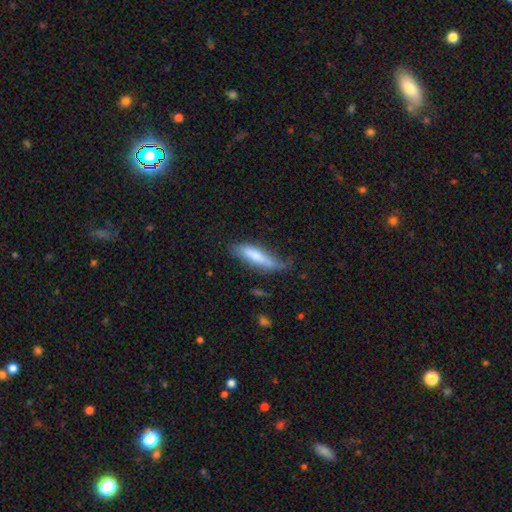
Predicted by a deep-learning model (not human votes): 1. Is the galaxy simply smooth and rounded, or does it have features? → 67% smooth, 27% featured or disk, 6% star or artifact.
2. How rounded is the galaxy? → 71% cigar-shaped, 27% in between, 2% round.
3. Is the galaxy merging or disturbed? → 38% none, 36% minor disturbance, 23% major disturbance, 4% merger.